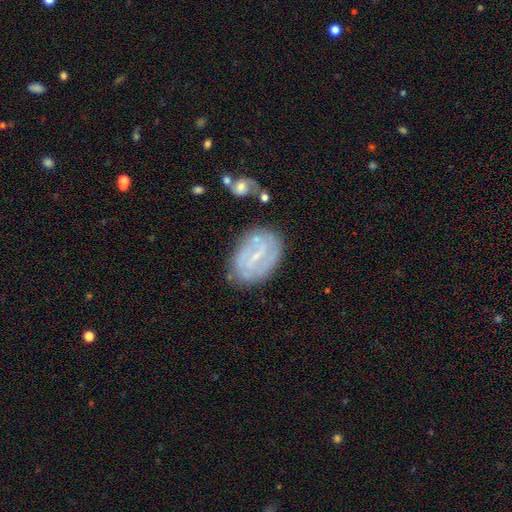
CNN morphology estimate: The model was most divided on "spiral winding": tight: 47%, medium: 36%, loose: 17%. Remaining: edge-on disk — no (96%); spiral arms — yes (80%); smooth or featured — featured or disk (73%); merging — none (71%); bulge size — small (67%); spiral arm count — 2 (51%); bar — weak (48%).